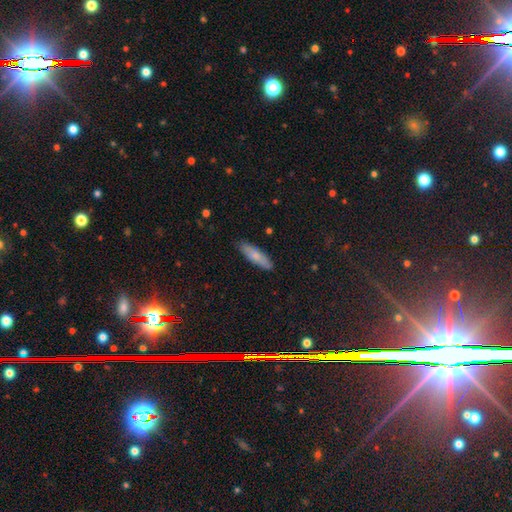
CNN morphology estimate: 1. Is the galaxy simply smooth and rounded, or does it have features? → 77% smooth, 17% featured or disk, 6% star or artifact.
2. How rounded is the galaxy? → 64% cigar-shaped, 34% in between, 2% round.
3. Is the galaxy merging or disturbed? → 87% none, 10% minor disturbance, 2% major disturbance, 1% merger.